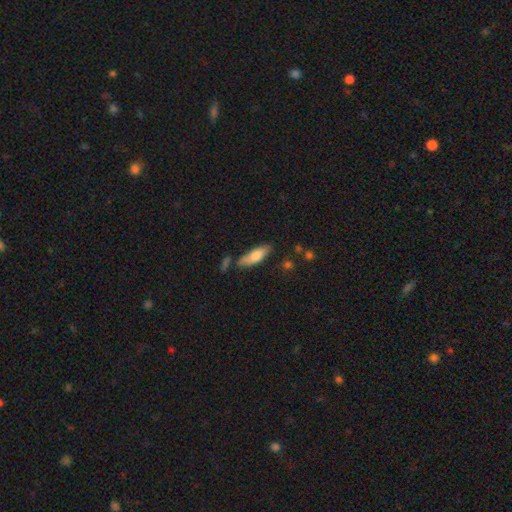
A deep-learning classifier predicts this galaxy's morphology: This appears to be a smooth galaxy with no disk features (77%) that is in between round and cigar-shaped (56%). Merging: none (64%).